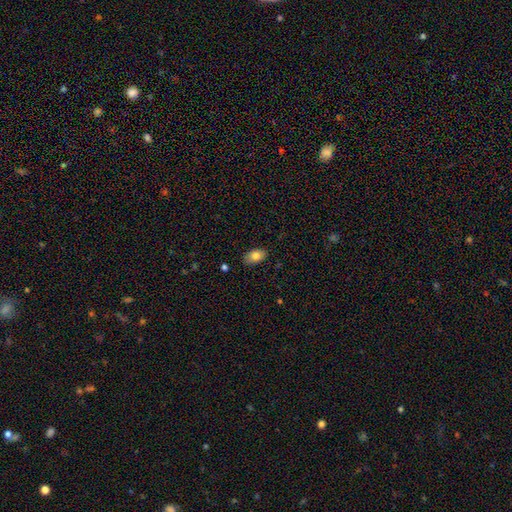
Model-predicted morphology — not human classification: A smooth galaxy with no disk features (80%) that is in between round and cigar-shaped (91%).

Vote fractions:
- Smooth or featured? smooth: 80% / featured or disk: 13% / star or artifact: 8%
- How rounded? in between: 91% / round: 6% / cigar-shaped: 2%
- Merging? none: 85% / minor disturbance: 11% / major disturbance: 2% / merger: 1%